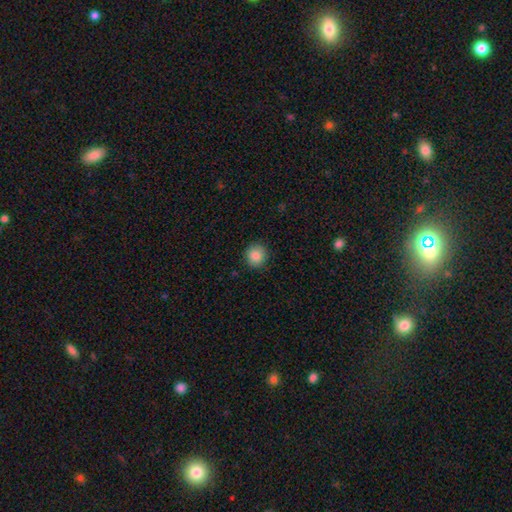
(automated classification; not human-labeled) smooth 87%, star or artifact 9%, featured or disk 4%. Down the decision tree: how rounded — round (89%); merging — none (88%).